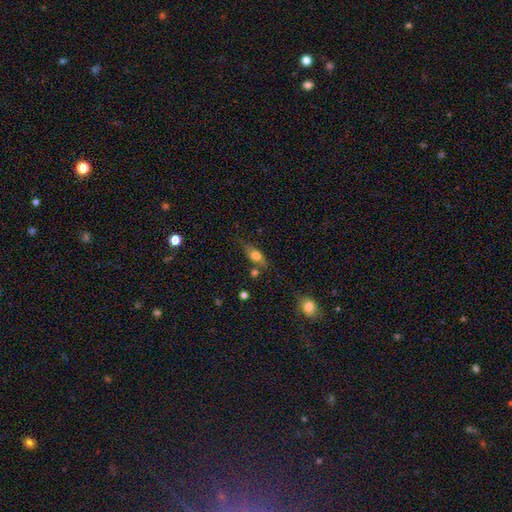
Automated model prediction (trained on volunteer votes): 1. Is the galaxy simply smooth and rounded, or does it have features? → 63% smooth, 28% featured or disk, 9% star or artifact.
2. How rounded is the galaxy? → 68% in between, 23% cigar-shaped, 8% round.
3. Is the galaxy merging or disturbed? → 65% none, 20% minor disturbance, 9% merger, 6% major disturbance.